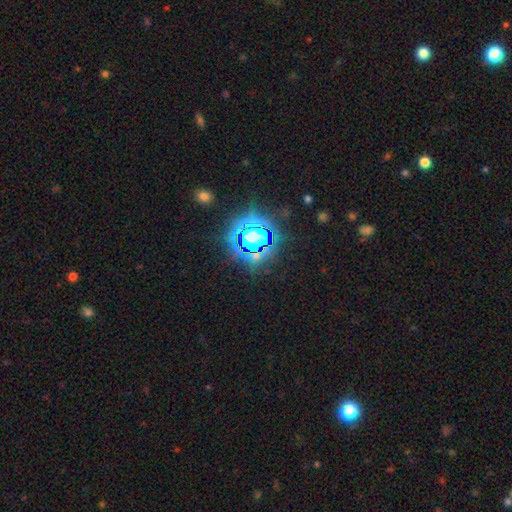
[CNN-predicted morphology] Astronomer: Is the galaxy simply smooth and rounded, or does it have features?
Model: star or artifact — 72%.